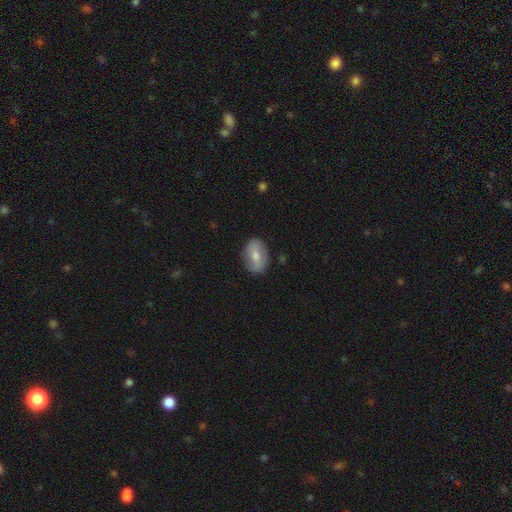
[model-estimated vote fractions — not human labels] Q: Smooth or featured?
A: smooth (60%); runner-up: featured or disk (34%)
Q: How rounded?
A: in between (83%); runner-up: round (15%)
Q: Merging?
A: none (83%); runner-up: minor disturbance (13%)